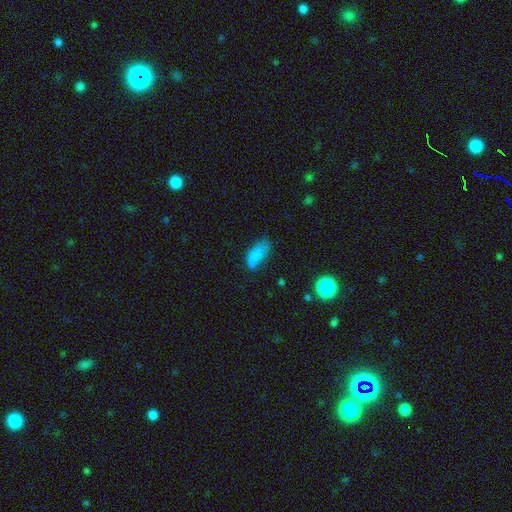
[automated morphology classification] Smooth or featured: smooth — 80% (star or artifact — 11%)
How rounded: in between — 81% (cigar-shaped — 16%)
Merging: none — 44% (minor disturbance — 34%)